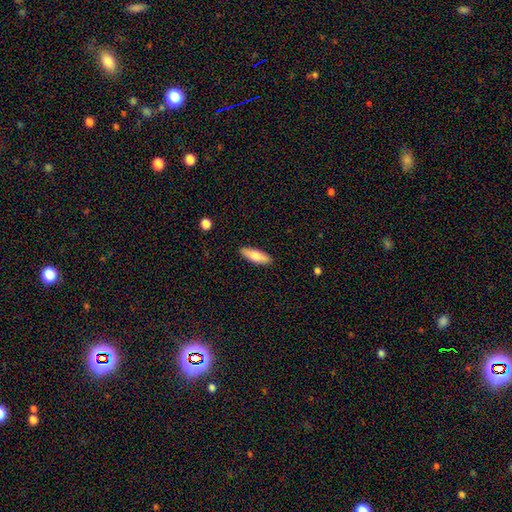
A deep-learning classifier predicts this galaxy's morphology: smooth_or_featured: smooth (p=0.71) [alt: featured or disk p=0.23]
how_rounded: cigar-shaped (p=0.54) [alt: in between p=0.44]
merging: none (p=0.89) [alt: minor disturbance p=0.08]